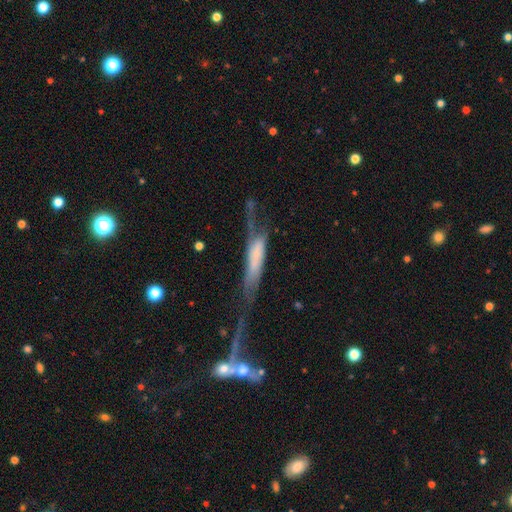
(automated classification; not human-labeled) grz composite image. It shows a featured or disk galaxy (50%). Merging: major disturbance (40%).